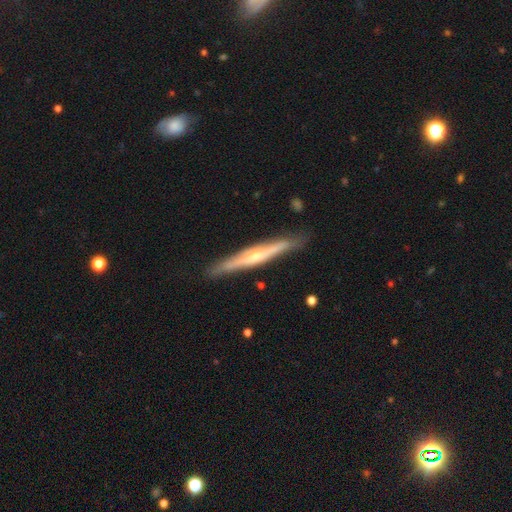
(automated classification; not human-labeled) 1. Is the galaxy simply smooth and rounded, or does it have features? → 70% featured or disk, 24% smooth, 5% star or artifact.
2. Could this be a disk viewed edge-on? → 95% yes, 5% no.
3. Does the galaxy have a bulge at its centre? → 70% rounded, 22% none, 7% boxy.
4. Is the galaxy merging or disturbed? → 86% none, 11% minor disturbance, 2% major disturbance, 2% merger.